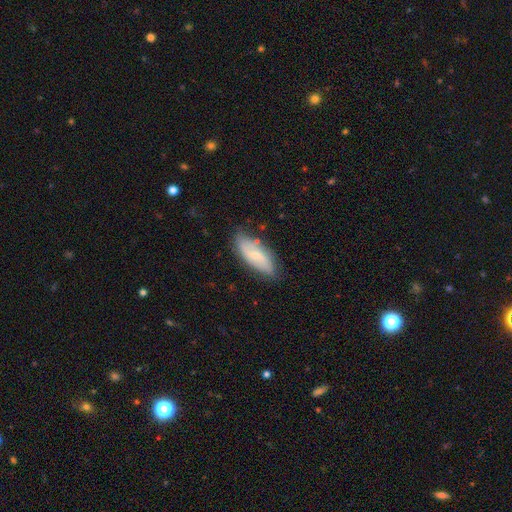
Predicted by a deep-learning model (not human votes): Overall: smooth (49%; featured or disk 45%). Merging: none (75%).